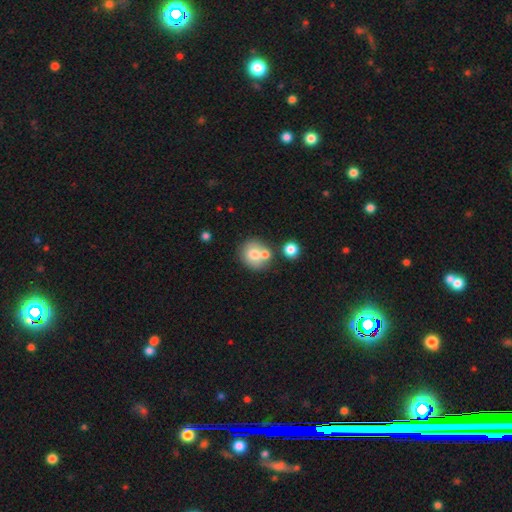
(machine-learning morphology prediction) smooth_or_featured: smooth (p=0.70) [alt: featured or disk p=0.21]
how_rounded: round (p=0.77) [alt: in between p=0.22]
merging: none (p=0.51) [alt: merger p=0.35]